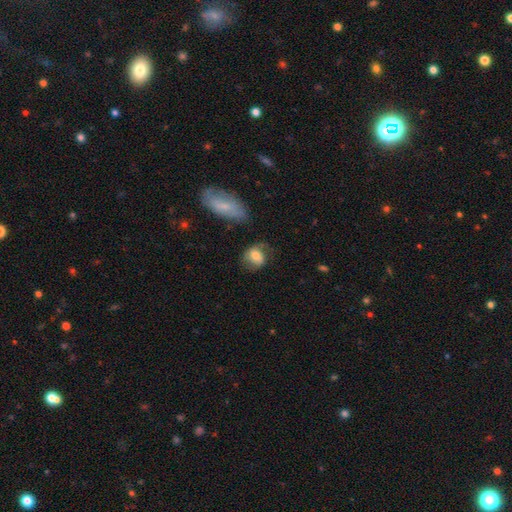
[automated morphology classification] This is possibly a smooth galaxy (59%). How rounded: possibly round (56%). Merging: possibly none (56%).